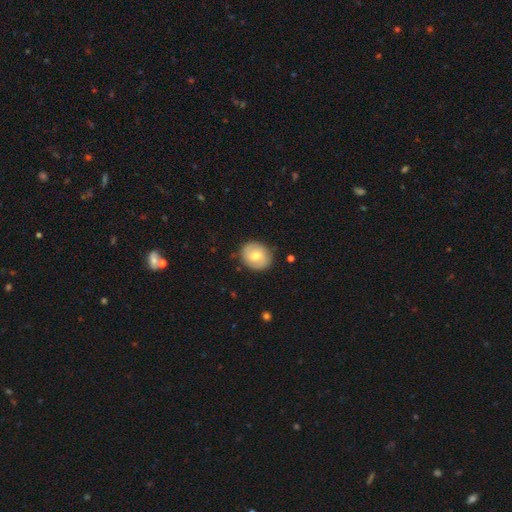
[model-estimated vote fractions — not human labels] smooth 64%, featured or disk 29%, star or artifact 7%. Down the decision tree: how rounded — round (69%); merging — none (85%).